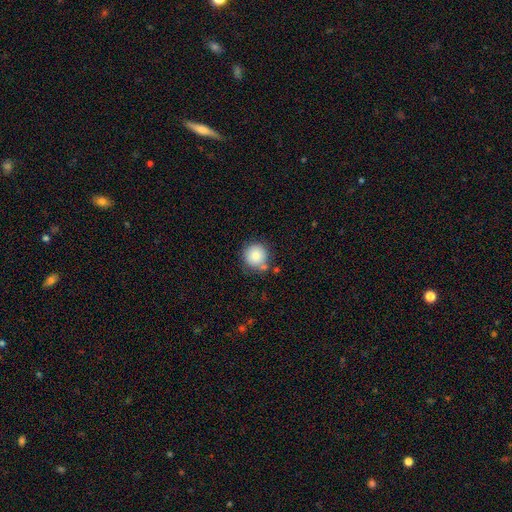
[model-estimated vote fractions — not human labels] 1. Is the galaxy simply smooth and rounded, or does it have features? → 84% smooth, 9% star or artifact, 7% featured or disk.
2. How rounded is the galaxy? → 93% round, 6% in between, 1% cigar-shaped.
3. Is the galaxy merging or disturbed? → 73% none, 15% minor disturbance, 8% merger, 4% major disturbance.